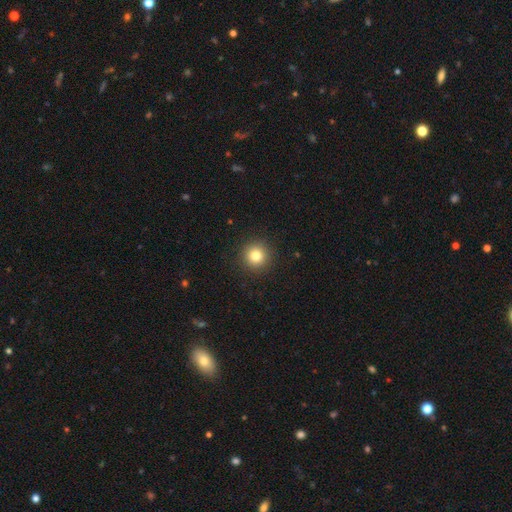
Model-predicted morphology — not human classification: A smooth galaxy with no disk features (82%) that is round (95%).

Vote fractions:
- Smooth or featured? smooth: 82% / star or artifact: 12% / featured or disk: 6%
- How rounded? round: 95% / in between: 4% / cigar-shaped: 1%
- Merging? none: 92% / minor disturbance: 5% / major disturbance: 2% / merger: 1%